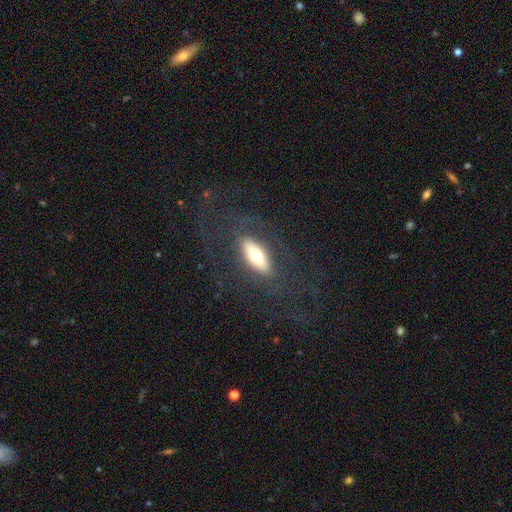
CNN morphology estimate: Smooth or featured? Predicted: smooth (p=0.52). How rounded? Predicted: in between (p=0.69). Merging? Predicted: none (p=0.76).